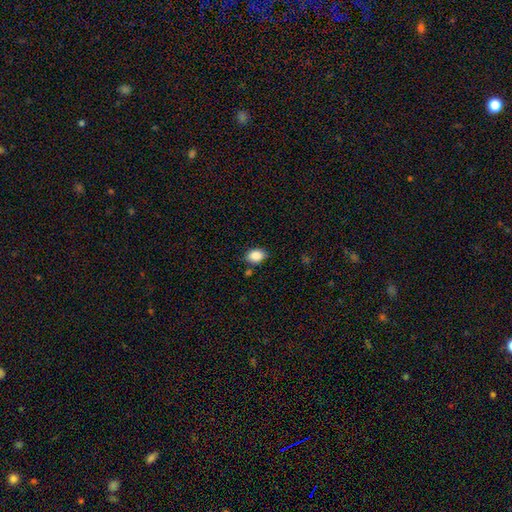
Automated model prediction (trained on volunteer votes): Smooth or featured? smooth (87%)
How rounded? in between (74%)
Merging? none (79%)